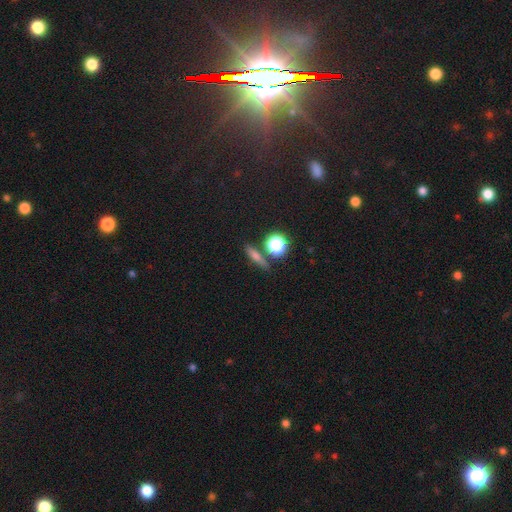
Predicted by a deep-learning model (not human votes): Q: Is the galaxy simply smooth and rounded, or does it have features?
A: smooth — 63%.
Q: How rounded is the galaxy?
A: cigar-shaped — 54%.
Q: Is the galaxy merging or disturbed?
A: none — 77%.